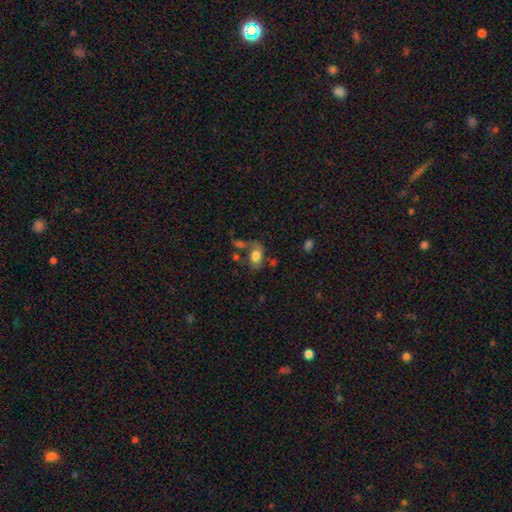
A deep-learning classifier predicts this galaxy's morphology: A smooth galaxy with no disk features (68%) that is in between round and cigar-shaped (78%). Merging: none (37%).